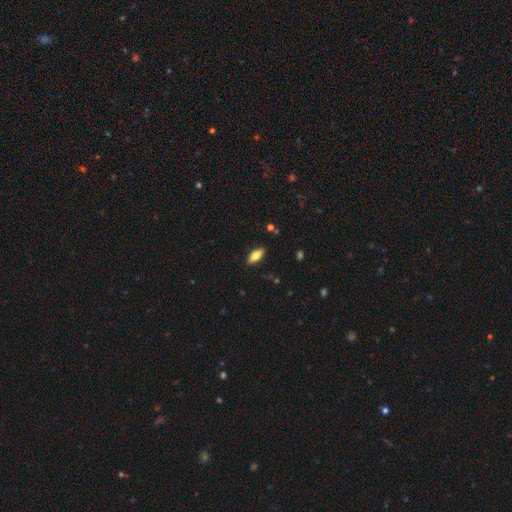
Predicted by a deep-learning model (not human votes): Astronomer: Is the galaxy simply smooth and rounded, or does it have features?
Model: smooth — 68%.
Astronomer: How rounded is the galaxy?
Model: in between — 77%.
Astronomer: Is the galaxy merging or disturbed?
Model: none — 88%.